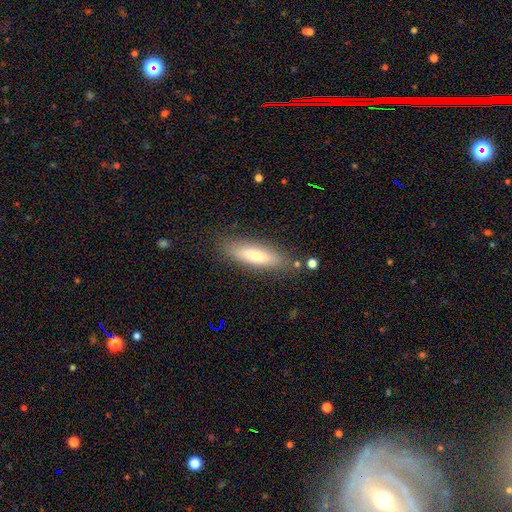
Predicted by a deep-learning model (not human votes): Overall: smooth (68%). How rounded: cigar-shaped (62%; in between 36%). Merging: none (83%).